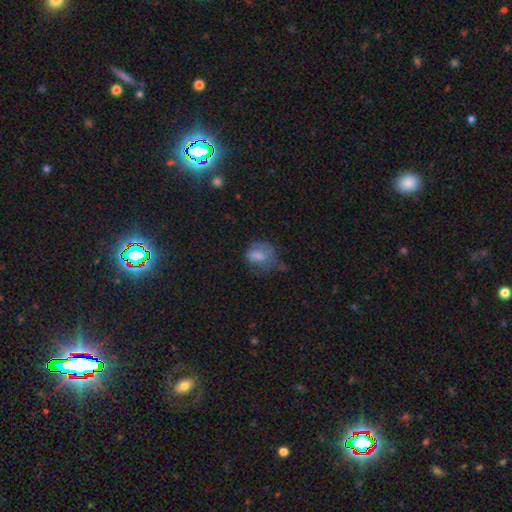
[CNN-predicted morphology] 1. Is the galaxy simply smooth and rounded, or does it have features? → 48% smooth, 27% featured or disk, 25% star or artifact.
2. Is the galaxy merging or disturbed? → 42% none, 29% minor disturbance, 26% major disturbance, 3% merger.